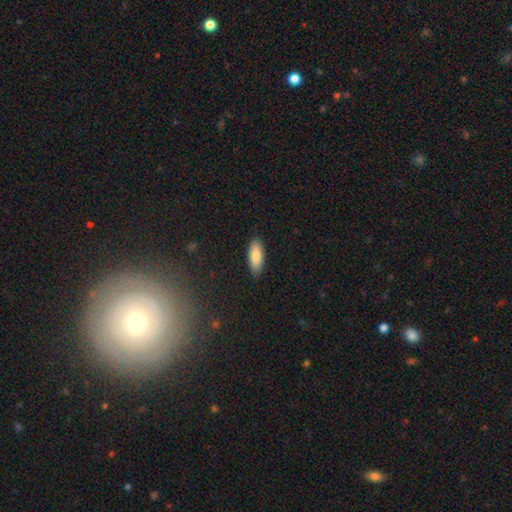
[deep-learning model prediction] Morphology: type=smooth (84%); roundness=in between (77%); merging=none (86%).